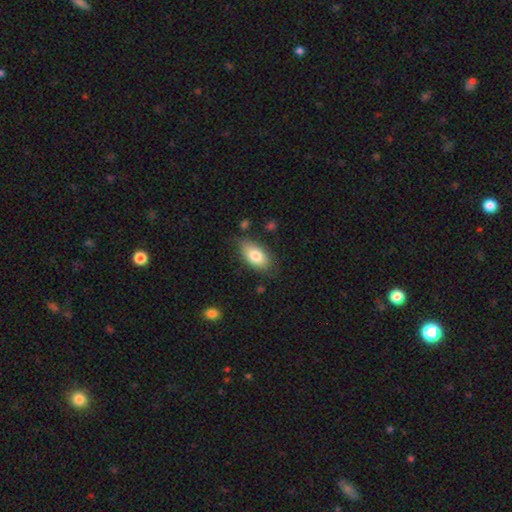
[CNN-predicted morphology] Smooth or featured: smooth — 80% (featured or disk — 13%)
How rounded: in between — 92% (round — 4%)
Merging: none — 73% (minor disturbance — 20%)